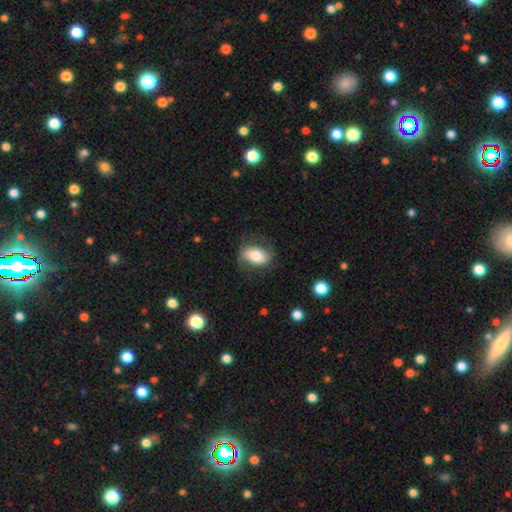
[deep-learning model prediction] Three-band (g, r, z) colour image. It shows a smooth galaxy with no disk features (65%) that is in between round and cigar-shaped (83%). Merging: none (72%).